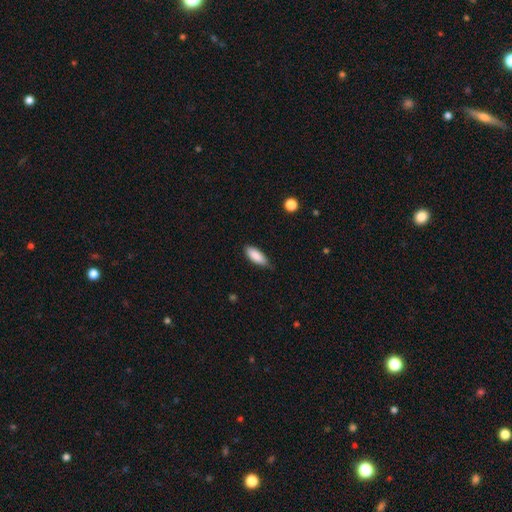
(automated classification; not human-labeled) smooth_or_featured: smooth (p=0.87) [alt: featured or disk p=0.06]
how_rounded: in between (p=0.78) [alt: cigar-shaped p=0.20]
merging: none (p=0.72) [alt: minor disturbance p=0.24]